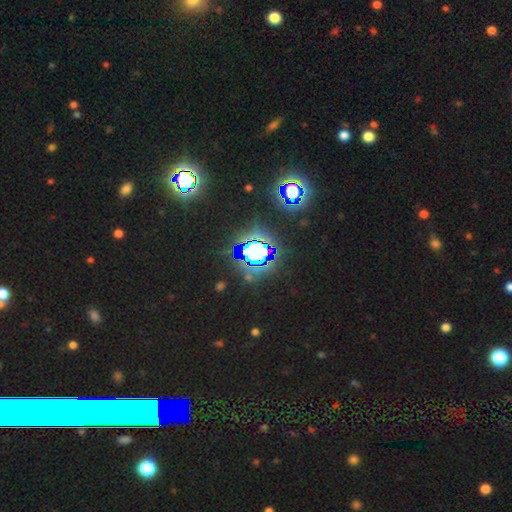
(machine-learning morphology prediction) A star or artifact, not a galaxy (74%).

Vote fractions:
- Smooth or featured? star or artifact: 74% / smooth: 16% / featured or disk: 10%